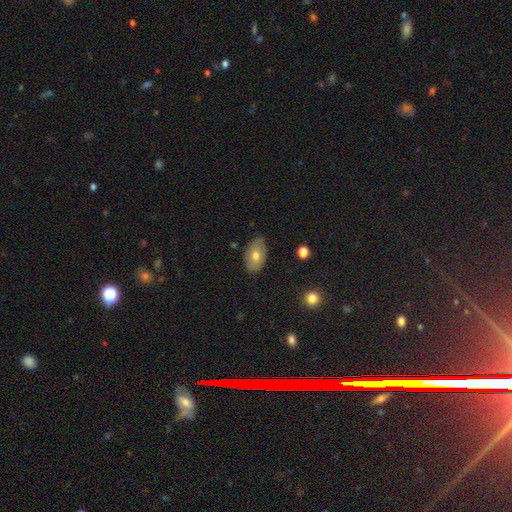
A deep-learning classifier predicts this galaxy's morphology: smooth-or-featured: smooth: 65% | featured or disk: 28% | star or artifact: 7%
  how-rounded: in between: 91% | round: 7% | cigar-shaped: 1%
  merging: none: 81% | minor disturbance: 15% | major disturbance: 3% | merger: 1%